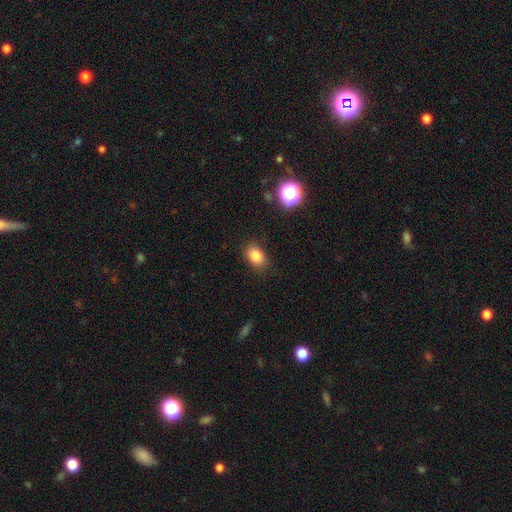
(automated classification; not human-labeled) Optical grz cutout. It shows a smooth galaxy with no disk features (83%) that is in between round and cigar-shaped (71%). Merging: none (84%).